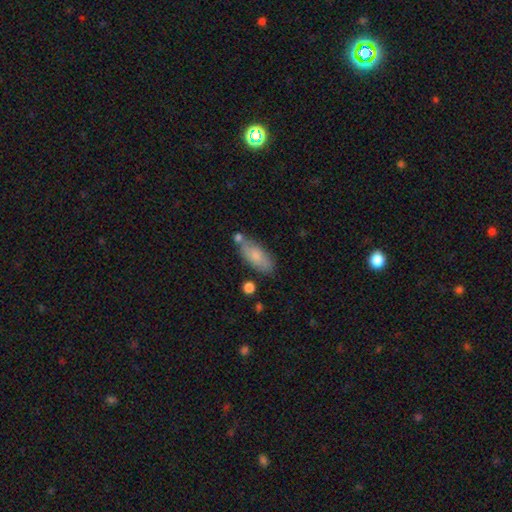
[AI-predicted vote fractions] smooth-or-featured: smooth: 76% | featured or disk: 17% | star or artifact: 6%
  how-rounded: in between: 81% | cigar-shaped: 17% | round: 2%
  merging: none: 66% | minor disturbance: 18% | merger: 12% | major disturbance: 4%